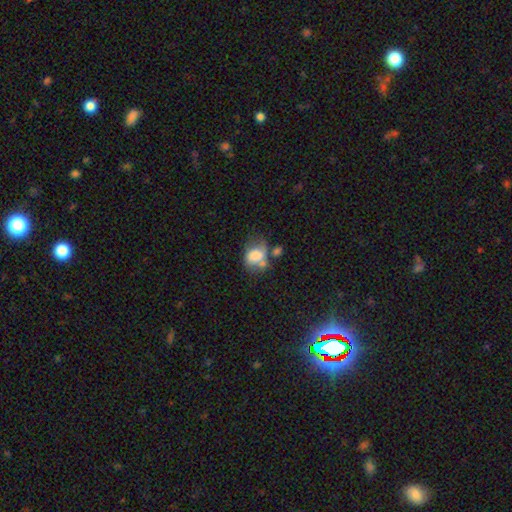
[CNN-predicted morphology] Smooth or featured?
  - smooth: 68% *
  - featured or disk: 22%
  - star or artifact: 10%
How rounded?
  - in between: 65% *
  - round: 34%
  - cigar-shaped: 1%
Merging?
  - merger: 30% *
  - none: 26%
  - minor disturbance: 23%
  - major disturbance: 20%